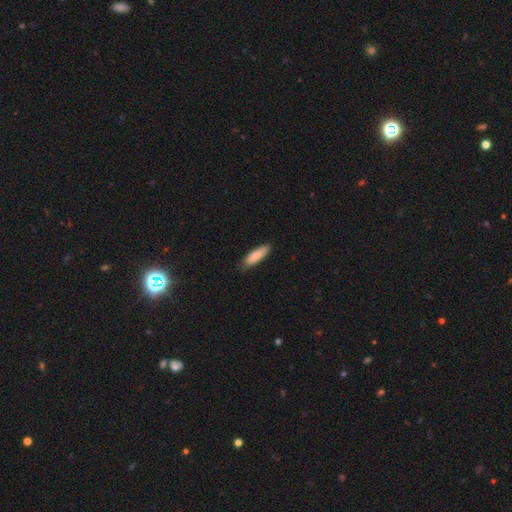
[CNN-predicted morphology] Q: Smooth or featured?
A: smooth (88%); runner-up: featured or disk (6%)
Q: How rounded?
A: cigar-shaped (56%); runner-up: in between (42%)
Q: Merging?
A: none (79%); runner-up: minor disturbance (17%)